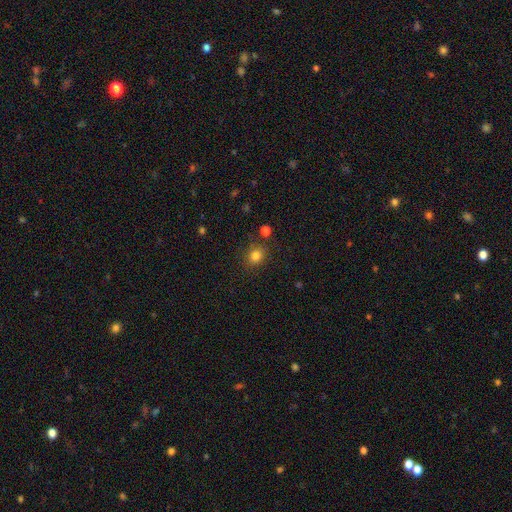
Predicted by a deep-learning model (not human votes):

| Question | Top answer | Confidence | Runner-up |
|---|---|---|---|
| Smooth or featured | smooth | 81% | star or artifact (13%) |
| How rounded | round | 74% | in between (25%) |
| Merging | none | 84% | minor disturbance (9%) |